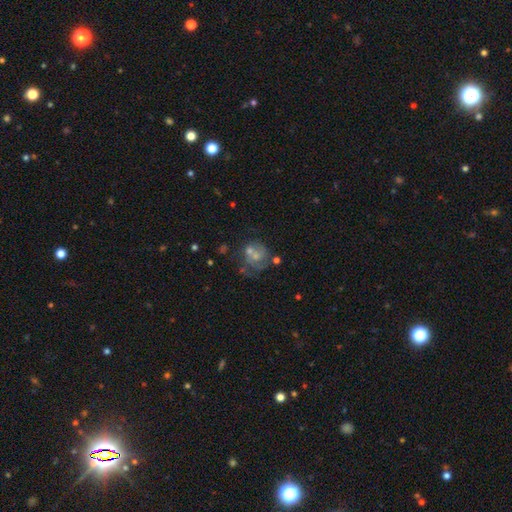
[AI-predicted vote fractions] A featured or disk galaxy (52%) with no bar (80%), no spiral arms (53%) and a small central bulge (41%). Merging: none (45%).